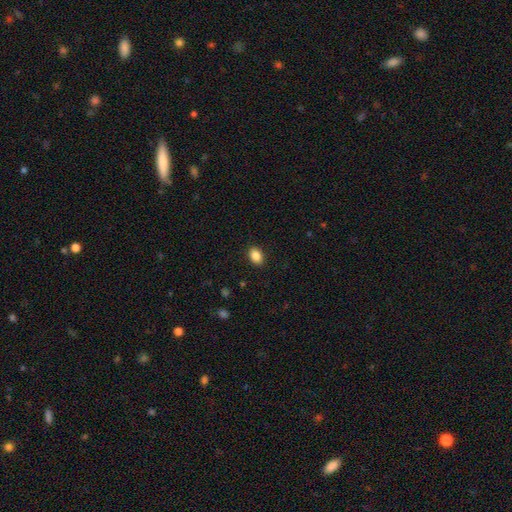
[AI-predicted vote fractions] A smooth galaxy with no disk features (87%) that is in between round and cigar-shaped (80%). Merging: none (89%).